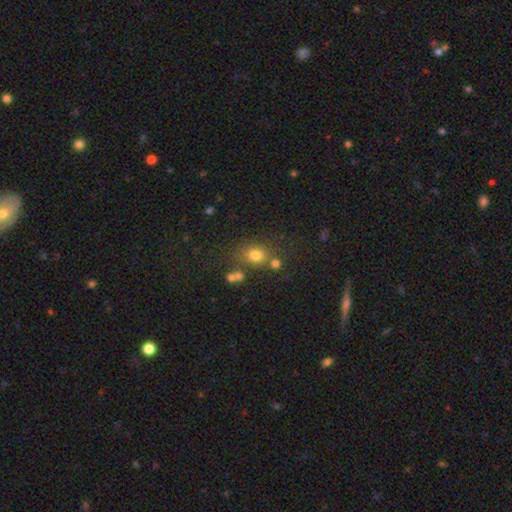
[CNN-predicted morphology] A smooth galaxy with no disk features (74%) that is round (56%).

Vote fractions:
- Smooth or featured? smooth: 74% / star or artifact: 16% / featured or disk: 10%
- How rounded? round: 56% / in between: 43% / cigar-shaped: 1%
- Merging? none: 65% / merger: 15% / minor disturbance: 14% / major disturbance: 6%